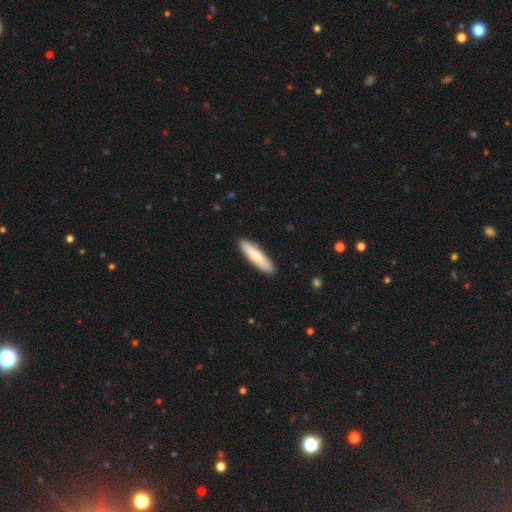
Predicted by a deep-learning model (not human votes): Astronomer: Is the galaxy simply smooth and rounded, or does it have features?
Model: smooth — 77%.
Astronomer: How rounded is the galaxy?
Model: cigar-shaped — 79%.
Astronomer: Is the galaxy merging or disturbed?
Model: none — 90%.